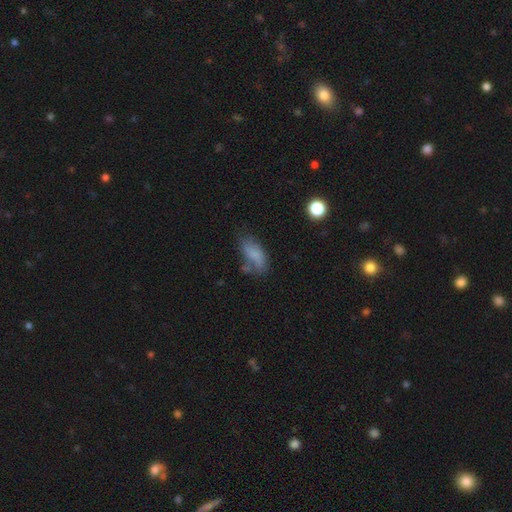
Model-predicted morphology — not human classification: Overall: smooth (71%). How rounded: in between (85%). Merging: none (43%; minor disturbance 28%).